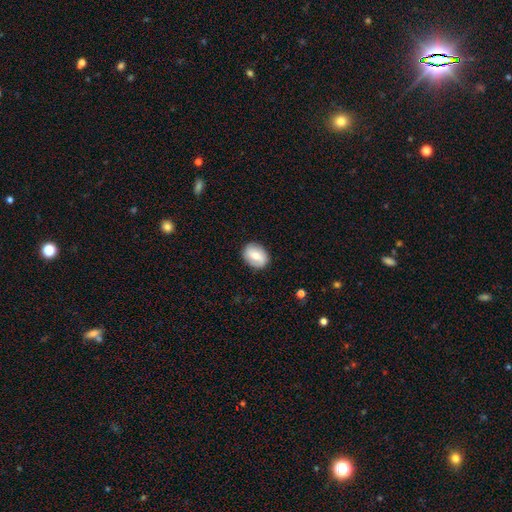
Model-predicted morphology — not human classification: Smooth or featured: smooth — 61% (featured or disk — 32%)
How rounded: in between — 62% (round — 37%)
Merging: none — 86% (minor disturbance — 11%)